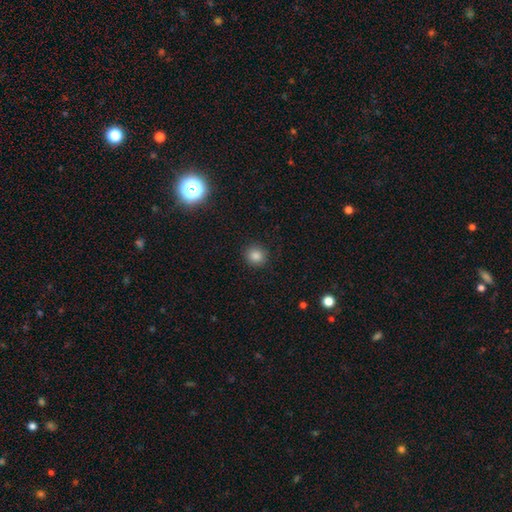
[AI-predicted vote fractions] Smooth or featured: smooth — 84% (star or artifact — 11%)
How rounded: round — 89% (in between — 10%)
Merging: none — 90% (minor disturbance — 7%)